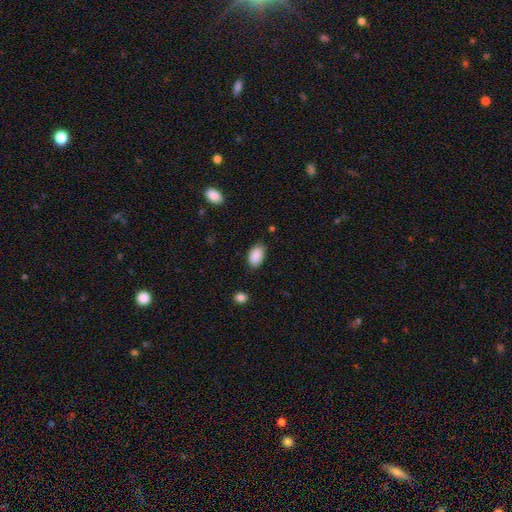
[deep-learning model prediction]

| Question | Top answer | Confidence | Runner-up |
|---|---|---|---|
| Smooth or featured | smooth | 90% | star or artifact (7%) |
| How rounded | in between | 92% | round (6%) |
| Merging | none | 83% | minor disturbance (13%) |